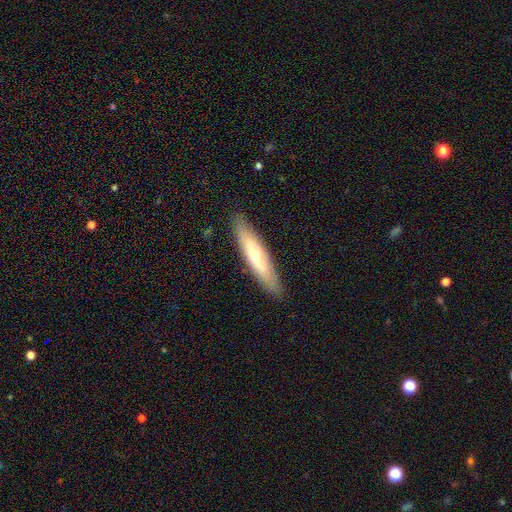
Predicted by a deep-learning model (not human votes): Morphology: type=smooth (48%); merging=none (89%).